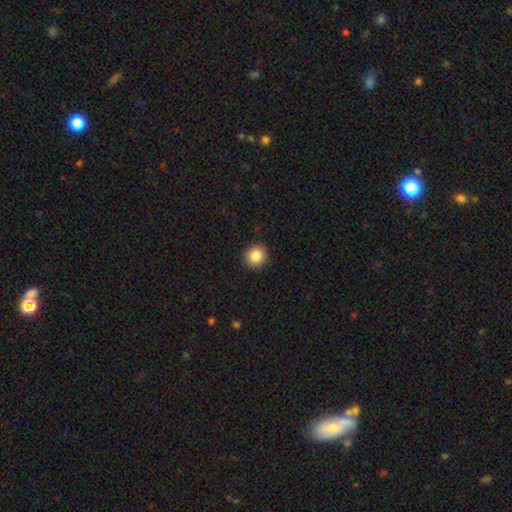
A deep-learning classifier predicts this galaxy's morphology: smooth_or_featured: smooth (p=0.85) [alt: star or artifact p=0.09]
how_rounded: round (p=0.93) [alt: in between p=0.06]
merging: none (p=0.93) [alt: minor disturbance p=0.05]